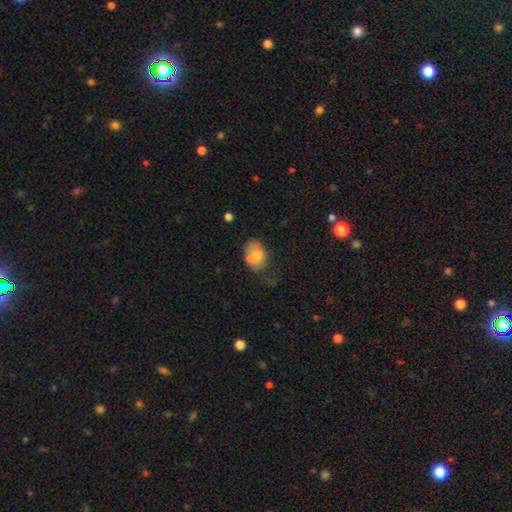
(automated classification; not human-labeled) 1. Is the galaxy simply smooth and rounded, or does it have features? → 71% smooth, 21% featured or disk, 8% star or artifact.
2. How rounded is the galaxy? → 75% in between, 24% round, 1% cigar-shaped.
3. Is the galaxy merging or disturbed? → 43% none, 25% minor disturbance, 21% merger, 11% major disturbance.